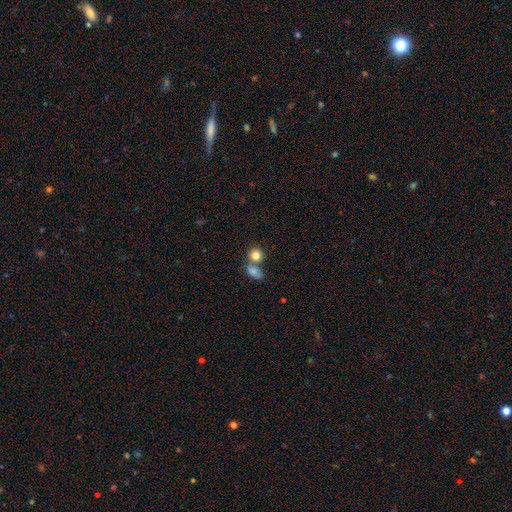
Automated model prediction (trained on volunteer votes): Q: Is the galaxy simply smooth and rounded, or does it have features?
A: smooth — 83%.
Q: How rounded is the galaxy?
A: round — 77%.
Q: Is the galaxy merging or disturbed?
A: none — 51%.